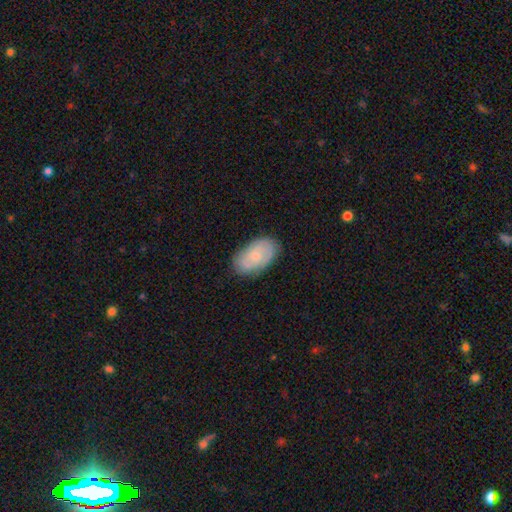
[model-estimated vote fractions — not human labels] A smooth galaxy with no disk features (53%) that is in between round and cigar-shaped (93%). Merging: none (80%).